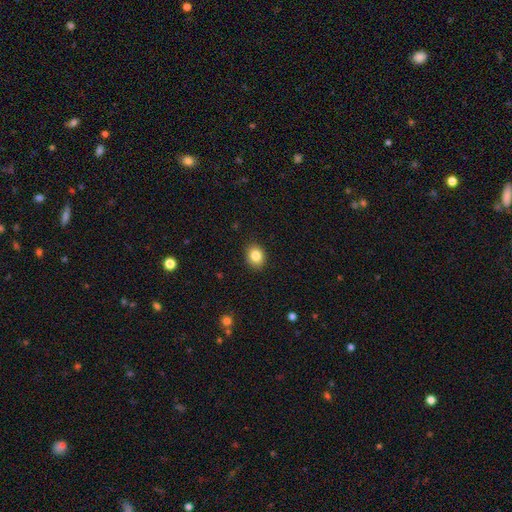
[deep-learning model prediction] Smooth or featured? Predicted: smooth (p=0.84). How rounded? Predicted: round (p=0.56). Merging? Predicted: none (p=0.89).